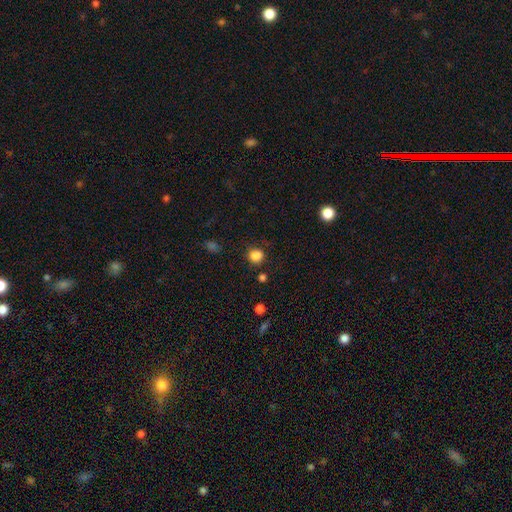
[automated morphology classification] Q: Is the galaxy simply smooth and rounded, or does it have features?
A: smooth — 84%.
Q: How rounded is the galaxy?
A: round — 81%.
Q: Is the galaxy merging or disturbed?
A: none — 79%.